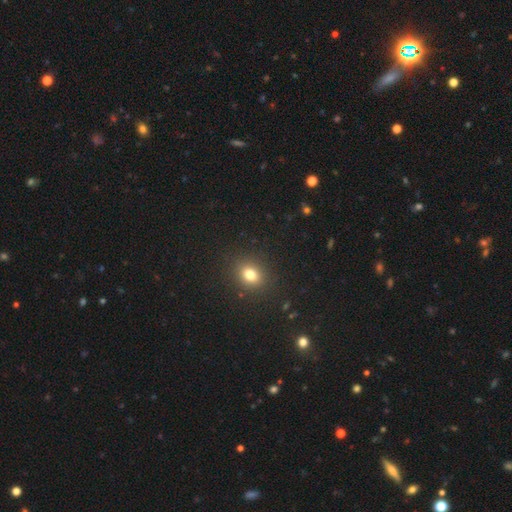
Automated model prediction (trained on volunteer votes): Smooth or featured?
  - smooth: 57% *
  - star or artifact: 37%
  - featured or disk: 6%
How rounded?
  - round: 87% *
  - in between: 11%
  - cigar-shaped: 1%
Merging?
  - none: 88% *
  - minor disturbance: 6%
  - major disturbance: 3%
  - merger: 2%